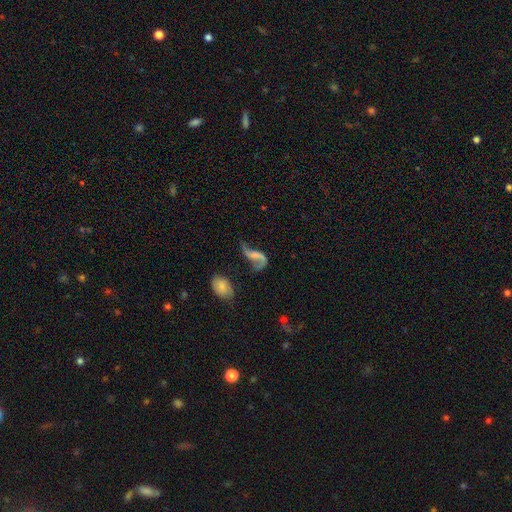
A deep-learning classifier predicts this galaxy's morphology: type=featured or disk (80%); edge-on=no (97%); bar=no (42%); spiral arms=yes (91%); winding=loose (87%); arm count=2 (82%); bulge=none (53%); merging=none (46%).